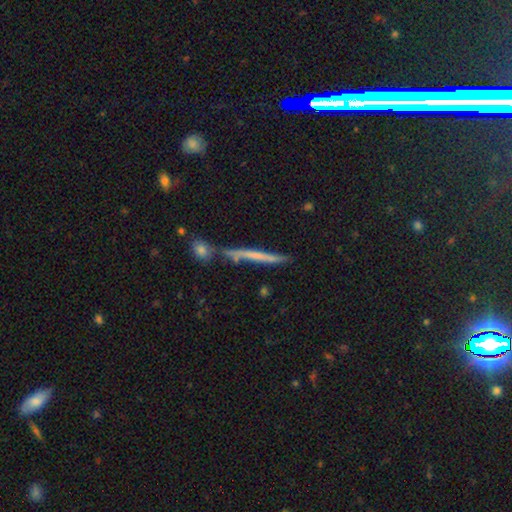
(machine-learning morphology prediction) This is possibly a featured or disk galaxy (49%). Merging: likely none (72%).